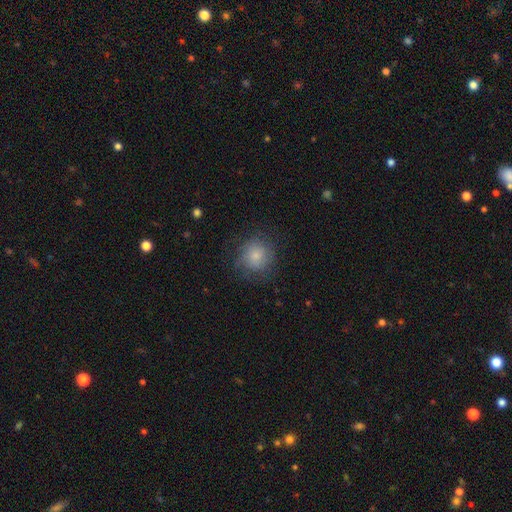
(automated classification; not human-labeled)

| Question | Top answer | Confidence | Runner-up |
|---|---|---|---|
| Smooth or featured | smooth | 73% | featured or disk (18%) |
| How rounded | round | 86% | in between (13%) |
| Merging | none | 70% | minor disturbance (19%) |